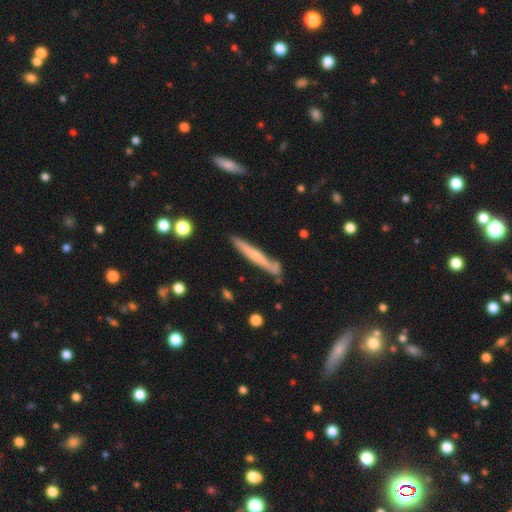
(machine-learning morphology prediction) smooth 48%, featured or disk 45%, star or artifact 6%. Down the decision tree: merging — none (76%).